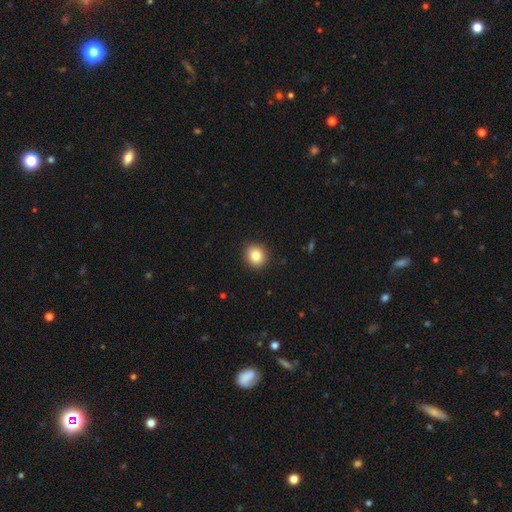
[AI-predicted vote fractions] This is clearly a smooth galaxy (85%). How rounded: likely round (80%). Merging: clearly none (91%).